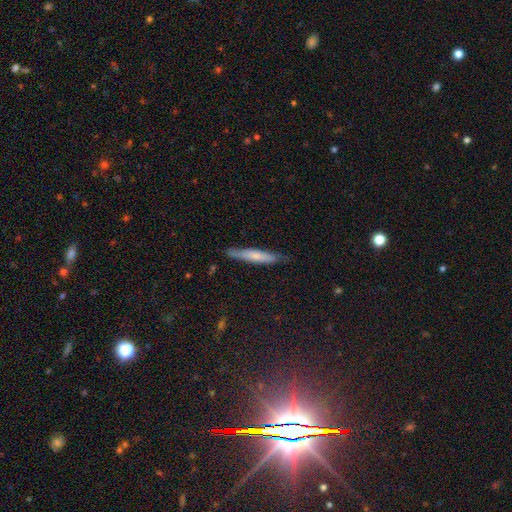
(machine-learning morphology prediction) Overall: smooth (61%; featured or disk 32%). How rounded: cigar-shaped (92%). Merging: none (80%).